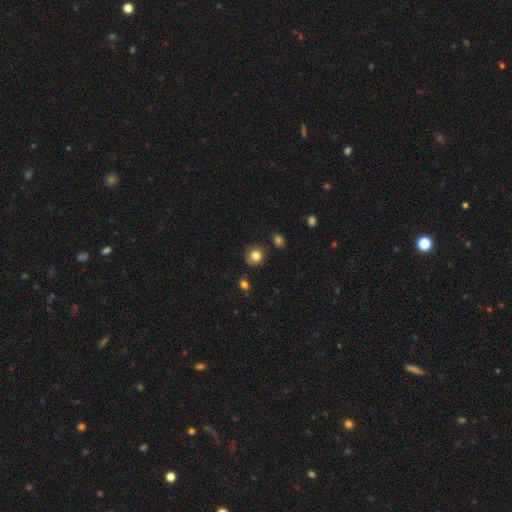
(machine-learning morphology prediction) smooth 81%, star or artifact 11%, featured or disk 8%. Down the decision tree: how rounded — round (82%); merging — none (76%).